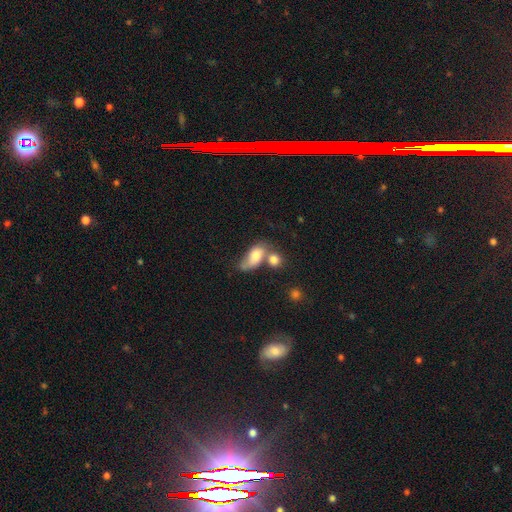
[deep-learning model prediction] smooth 72%, featured or disk 20%, star or artifact 8%. Down the decision tree: how rounded — in between (83%); merging — merger (49%).